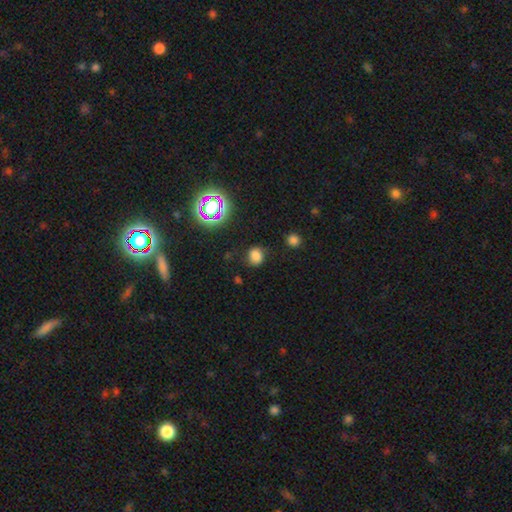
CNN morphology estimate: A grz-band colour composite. It shows a smooth galaxy with no disk features (75%) that is round (68%). Merging: none (76%).